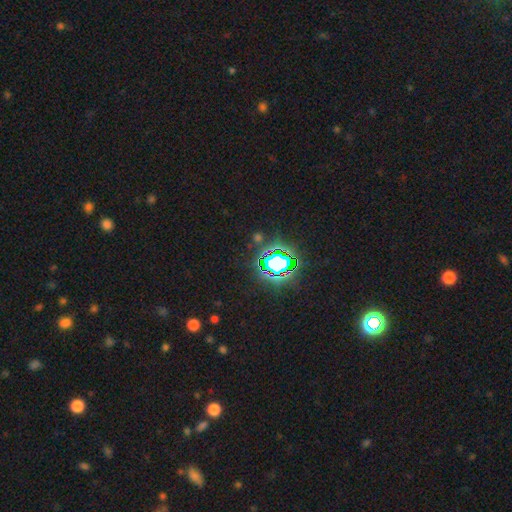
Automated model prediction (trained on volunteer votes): Smooth or featured: star or artifact — 82% (smooth — 11%)